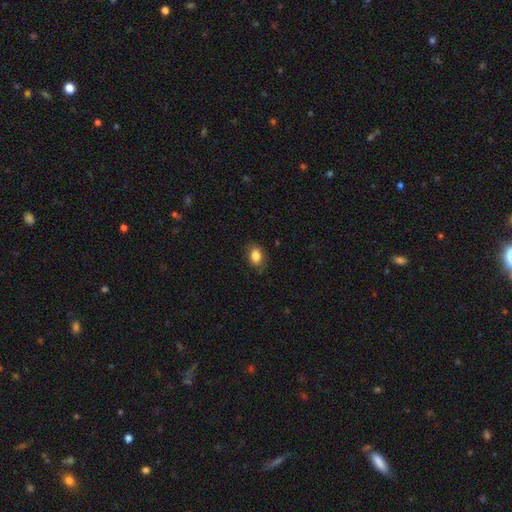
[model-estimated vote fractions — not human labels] Smooth or featured? smooth (84%)
How rounded? in between (73%)
Merging? none (82%)